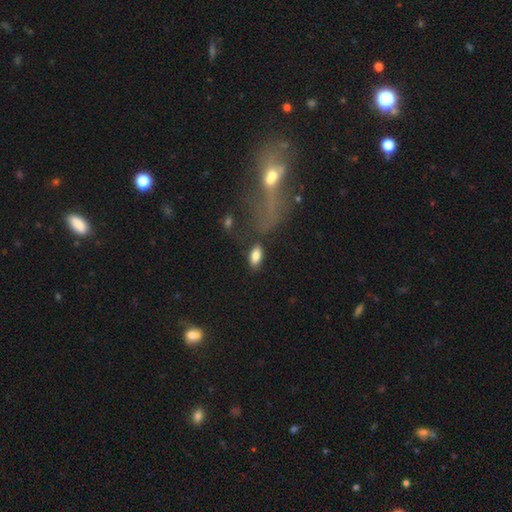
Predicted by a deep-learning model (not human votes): Smooth or featured: smooth — 84% (featured or disk — 9%)
How rounded: in between — 90% (cigar-shaped — 6%)
Merging: none — 76% (minor disturbance — 13%)